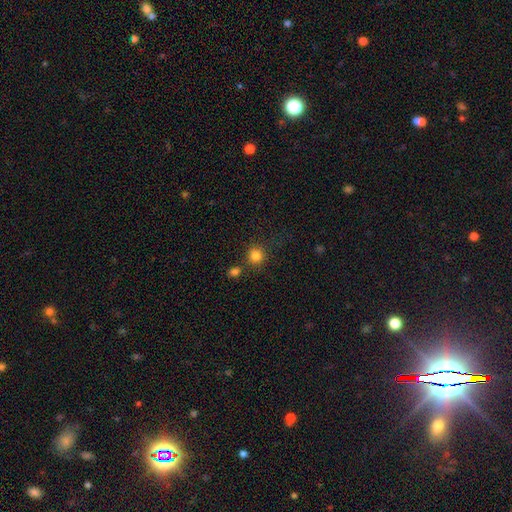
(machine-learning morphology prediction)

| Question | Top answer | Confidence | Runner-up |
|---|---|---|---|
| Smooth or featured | smooth | 82% | star or artifact (13%) |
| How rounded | round | 91% | in between (8%) |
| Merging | none | 77% | merger (10%) |